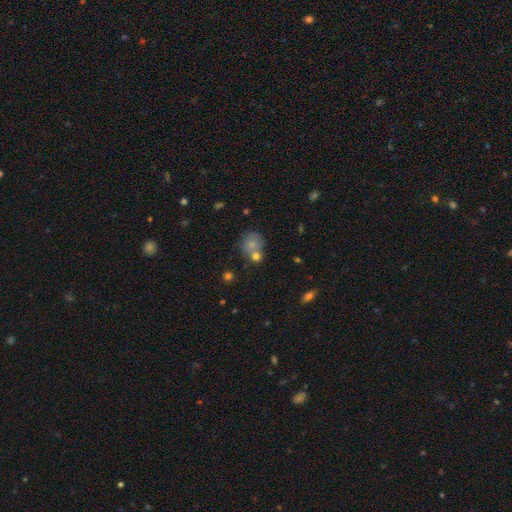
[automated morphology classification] smooth_or_featured: smooth (p=0.73) [alt: featured or disk p=0.14]
how_rounded: round (p=0.79) [alt: in between p=0.20]
merging: none (p=0.50) [alt: merger p=0.34]